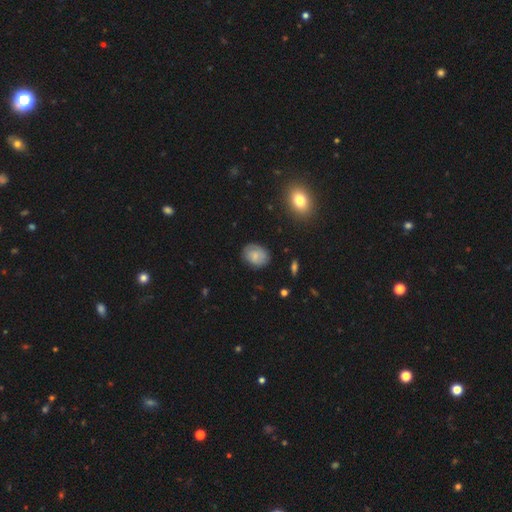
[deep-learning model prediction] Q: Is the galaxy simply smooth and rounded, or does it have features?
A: smooth — 68%.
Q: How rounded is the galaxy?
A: in between — 62%.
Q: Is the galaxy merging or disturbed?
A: none — 79%.